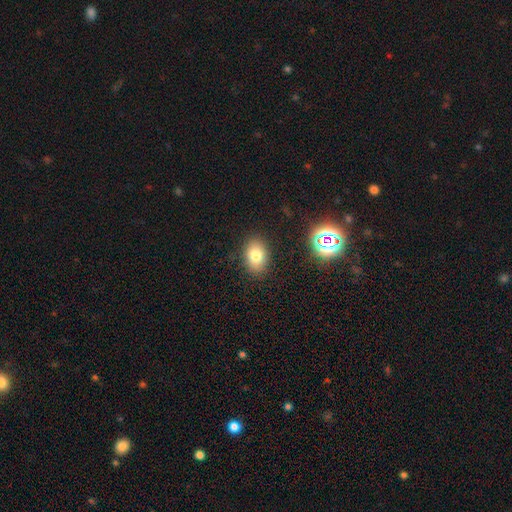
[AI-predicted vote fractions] Morphology: type=smooth (78%); roundness=in between (75%); merging=none (86%).